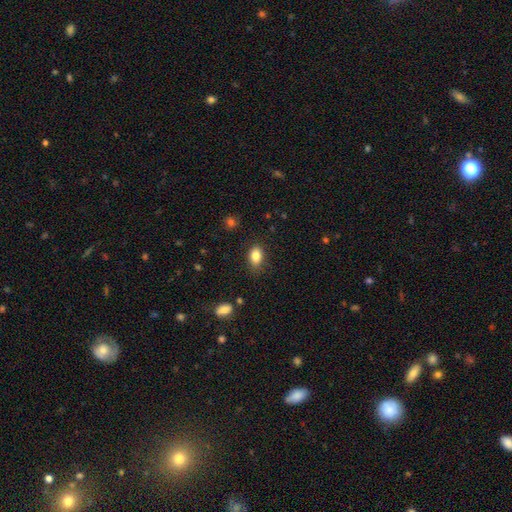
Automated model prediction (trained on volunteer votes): The model was most divided on "merging": none: 81%, minor disturbance: 15%, major disturbance: 3%, merger: 1%. More confident: smooth or featured — smooth (84%); how rounded — in between (84%).